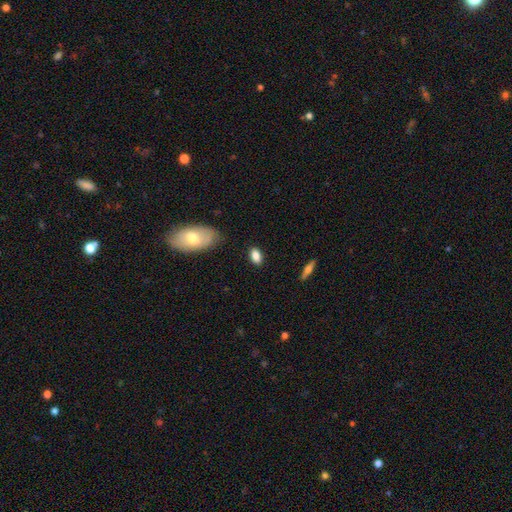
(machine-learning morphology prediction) A smooth galaxy with no disk features (85%) that is in between round and cigar-shaped (89%). Merging: none (83%).